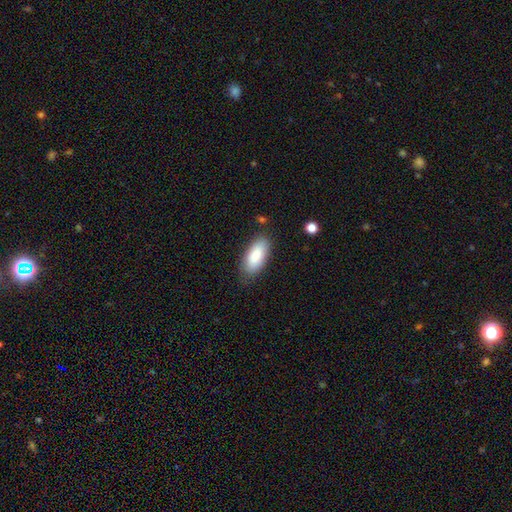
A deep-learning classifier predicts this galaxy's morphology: smooth-or-featured: smooth: 86% | featured or disk: 8% | star or artifact: 6%
  how-rounded: in between: 87% | cigar-shaped: 11% | round: 2%
  merging: none: 79% | minor disturbance: 16% | major disturbance: 4% | merger: 2%